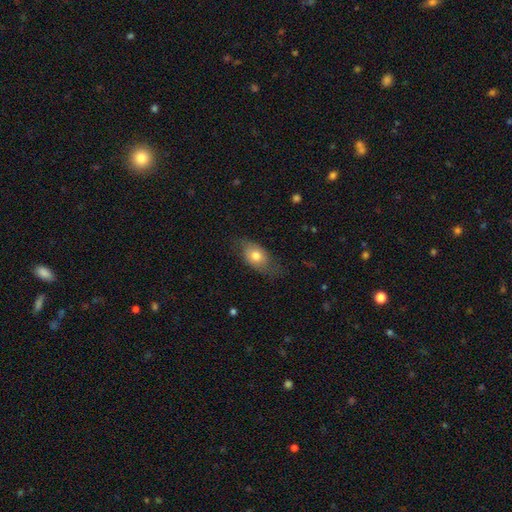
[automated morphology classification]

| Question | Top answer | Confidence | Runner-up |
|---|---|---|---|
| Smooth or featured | smooth | 69% | featured or disk (24%) |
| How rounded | in between | 83% | round (13%) |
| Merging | none | 62% | minor disturbance (26%) |